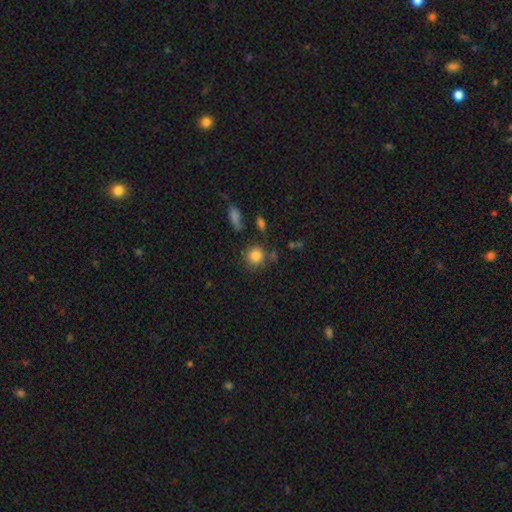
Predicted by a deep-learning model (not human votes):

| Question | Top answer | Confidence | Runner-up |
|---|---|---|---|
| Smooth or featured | smooth | 84% | star or artifact (10%) |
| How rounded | round | 89% | in between (10%) |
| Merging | none | 77% | minor disturbance (12%) |